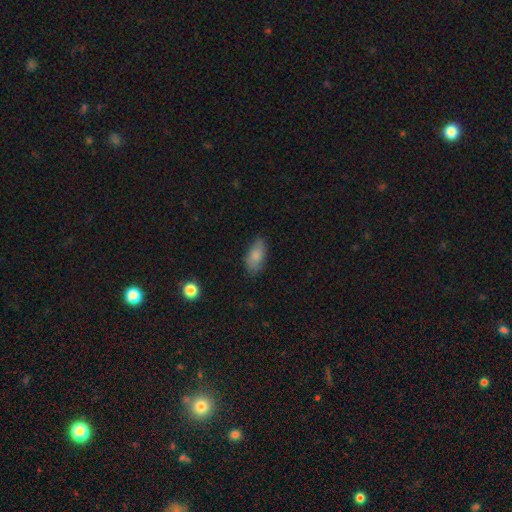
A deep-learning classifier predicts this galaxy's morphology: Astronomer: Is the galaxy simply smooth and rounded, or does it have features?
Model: smooth — 80%.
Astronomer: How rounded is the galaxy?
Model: in between — 90%.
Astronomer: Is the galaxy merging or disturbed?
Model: none — 75%.